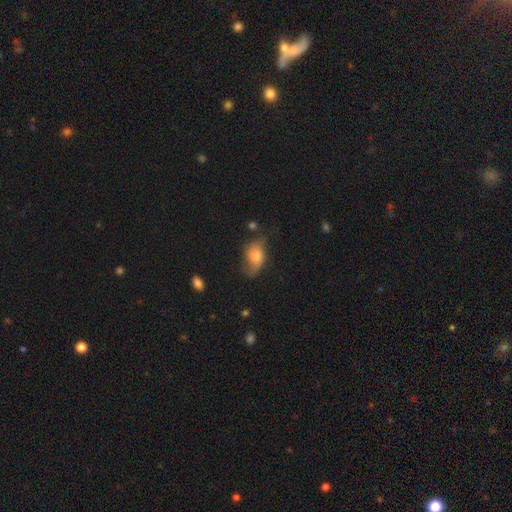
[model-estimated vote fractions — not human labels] smooth-or-featured: smooth: 61% | featured or disk: 29% | star or artifact: 10%
  how-rounded: in between: 83% | round: 14% | cigar-shaped: 3%
  merging: none: 52% | minor disturbance: 33% | major disturbance: 13% | merger: 2%